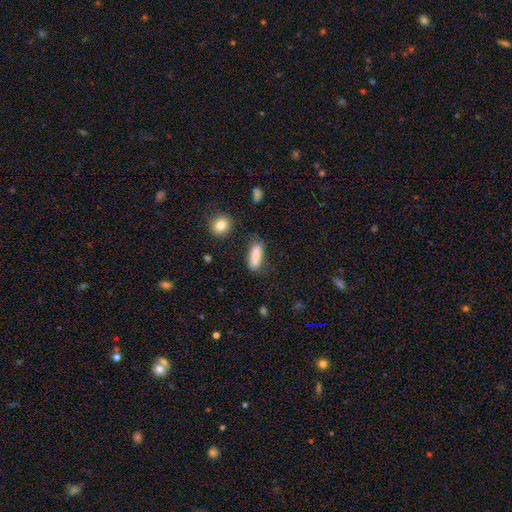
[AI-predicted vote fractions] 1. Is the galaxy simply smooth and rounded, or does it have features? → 82% smooth, 9% star or artifact, 9% featured or disk.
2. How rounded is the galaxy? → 54% cigar-shaped, 43% in between, 3% round.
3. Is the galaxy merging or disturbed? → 69% none, 19% minor disturbance, 7% major disturbance, 5% merger.